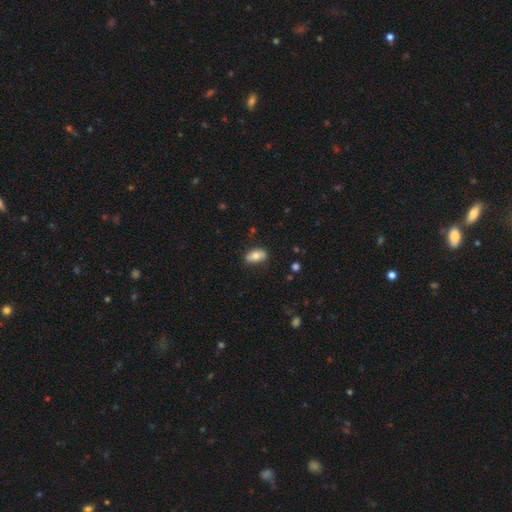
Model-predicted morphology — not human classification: Q: Smooth or featured?
A: smooth (72%); runner-up: featured or disk (21%)
Q: How rounded?
A: in between (90%); runner-up: round (5%)
Q: Merging?
A: none (80%); runner-up: minor disturbance (16%)